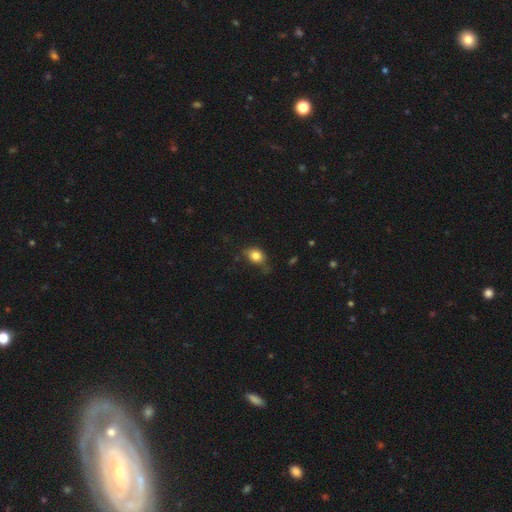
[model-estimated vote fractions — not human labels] Q: Smooth or featured?
A: smooth (82%); runner-up: star or artifact (10%)
Q: How rounded?
A: in between (55%); runner-up: round (43%)
Q: Merging?
A: none (54%); runner-up: minor disturbance (32%)